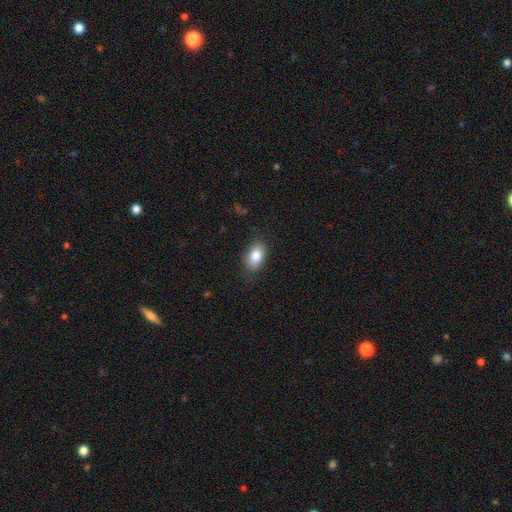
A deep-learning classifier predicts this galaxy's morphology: A smooth galaxy with no disk features (83%) that is in between round and cigar-shaped (89%). Merging: none (83%).